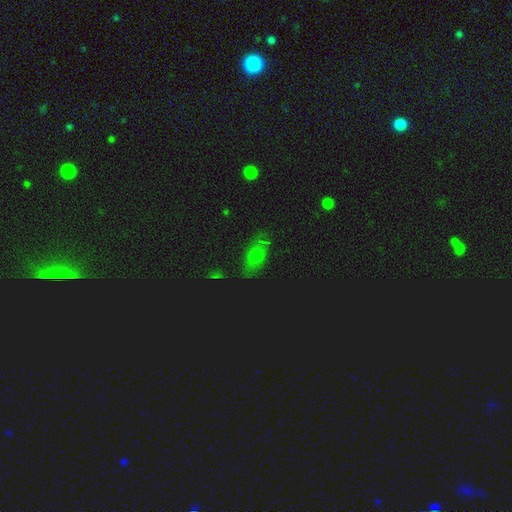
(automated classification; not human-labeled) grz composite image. It shows a smooth galaxy with no disk features (57%) that is in between round and cigar-shaped (77%). Merging: none (70%).